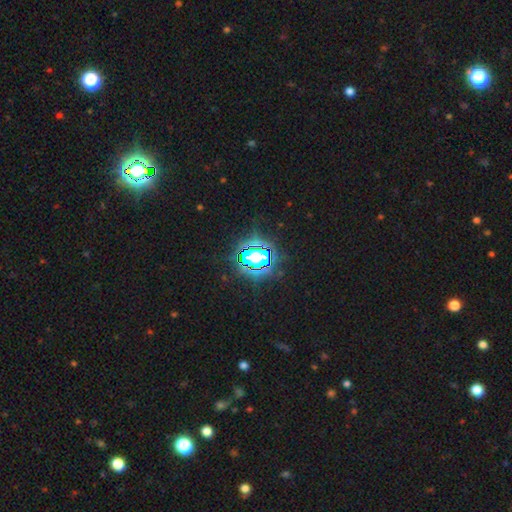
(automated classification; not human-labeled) A star or artifact, not a galaxy (81%).

Vote fractions:
- Smooth or featured? star or artifact: 81% / smooth: 12% / featured or disk: 7%